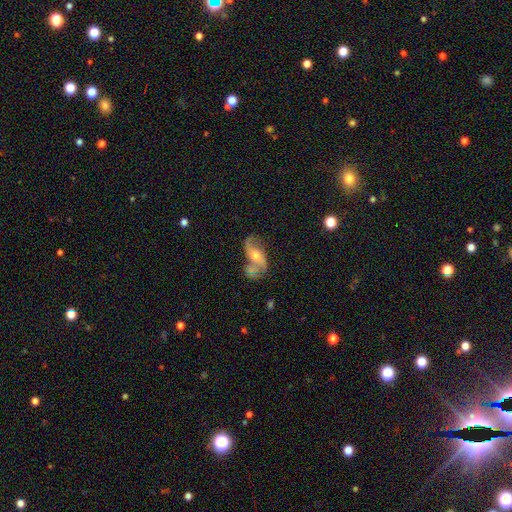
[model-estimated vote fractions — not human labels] smooth-or-featured: featured or disk: 73% | smooth: 20% | star or artifact: 8%
  disk-edge-on: no: 94% | yes: 6%
    bar: no: 57% | weak: 31% | strong: 12%
    has-spiral-arms: yes: 86% | no: 14%
      spiral-winding: loose: 63% | medium: 28% | tight: 8%
      spiral-arm-count: 2: 85% | can't tell: 7% | 1: 4% | 3: 2% | 4: 1% | more than 4: 1%
    bulge-size: moderate: 62% | small: 30% | large: 5% | none: 2% | dominant: 1%
  merging: none: 41% | merger: 27% | minor disturbance: 19% | major disturbance: 14%